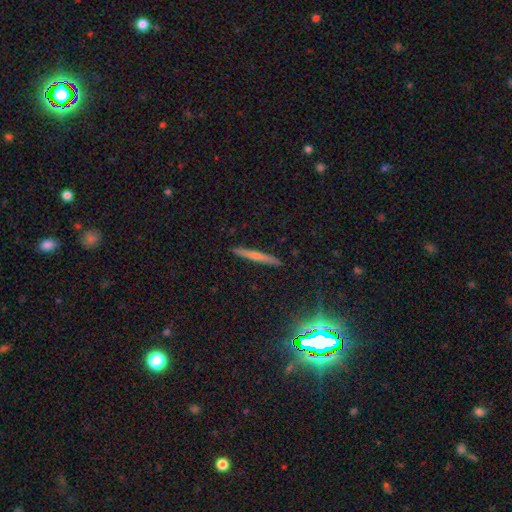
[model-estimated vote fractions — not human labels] A featured or disk galaxy (48%). Merging: none (90%).